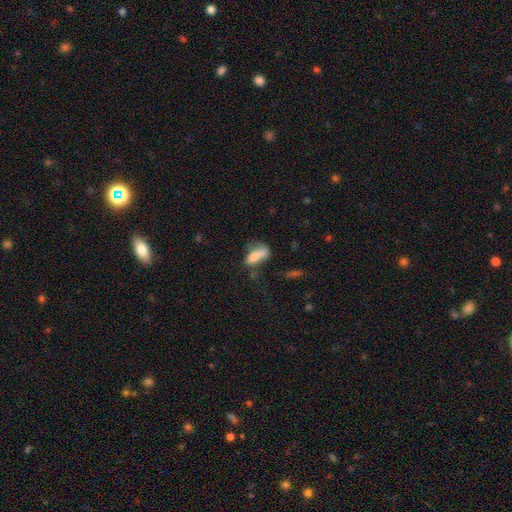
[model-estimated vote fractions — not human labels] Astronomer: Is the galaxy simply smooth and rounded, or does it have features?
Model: smooth — 70%.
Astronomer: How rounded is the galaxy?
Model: in between — 78%.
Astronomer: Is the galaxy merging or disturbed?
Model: none — 31% (runner-up: minor disturbance, 25%).